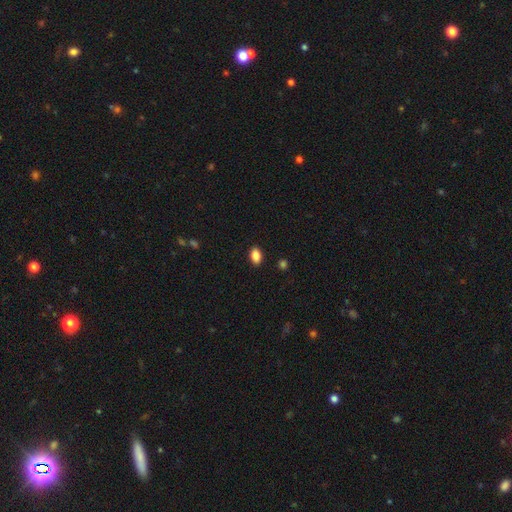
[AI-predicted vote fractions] The model was most divided on "smooth or featured": smooth: 87%, star or artifact: 8%, featured or disk: 5%. More confident: merging — none (89%); how rounded — in between (89%).